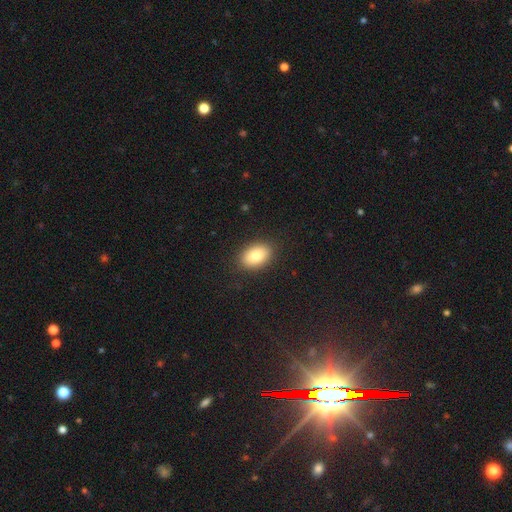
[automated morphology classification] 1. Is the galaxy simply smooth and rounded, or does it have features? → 83% smooth, 9% featured or disk, 8% star or artifact.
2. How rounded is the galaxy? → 87% in between, 12% round, 1% cigar-shaped.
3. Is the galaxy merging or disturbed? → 88% none, 8% minor disturbance, 2% major disturbance, 1% merger.